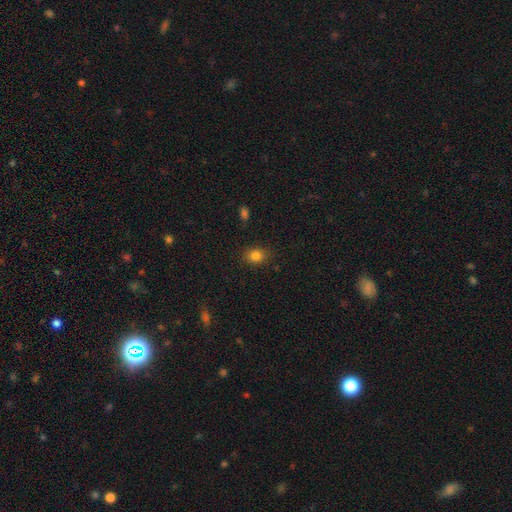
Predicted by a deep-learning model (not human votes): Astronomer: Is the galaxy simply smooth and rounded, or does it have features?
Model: smooth — 82%.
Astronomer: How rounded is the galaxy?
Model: round — 50% (runner-up: in between, 49%).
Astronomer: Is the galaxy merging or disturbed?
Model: none — 85%.